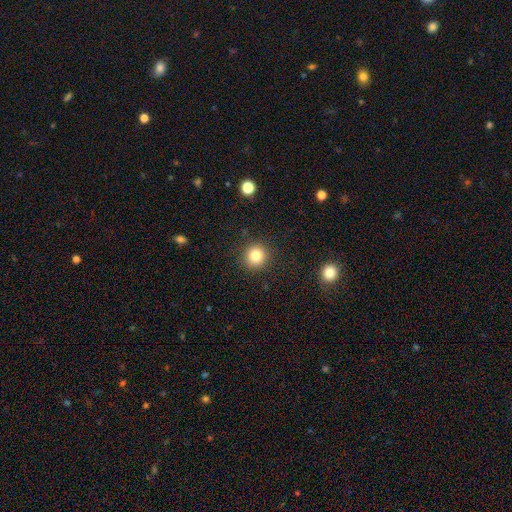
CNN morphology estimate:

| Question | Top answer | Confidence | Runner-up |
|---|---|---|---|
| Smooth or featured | smooth | 82% | star or artifact (12%) |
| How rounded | round | 93% | in between (6%) |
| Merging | none | 90% | minor disturbance (6%) |